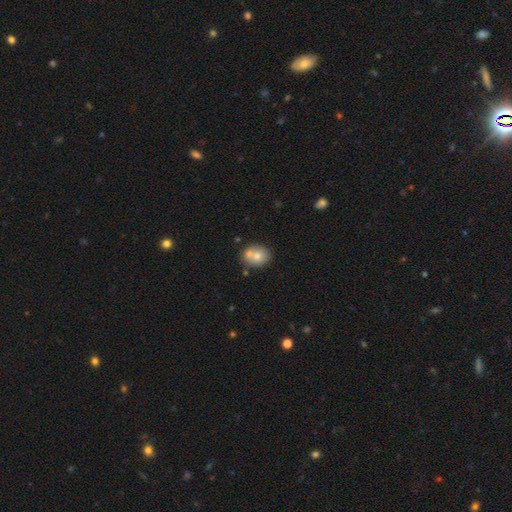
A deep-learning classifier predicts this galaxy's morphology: A smooth galaxy with no disk features (70%) that is round (63%).

Vote fractions:
- Smooth or featured? smooth: 70% / featured or disk: 20% / star or artifact: 9%
- How rounded? round: 63% / in between: 36% / cigar-shaped: 1%
- Merging? none: 49% / merger: 37% / minor disturbance: 11% / major disturbance: 3%